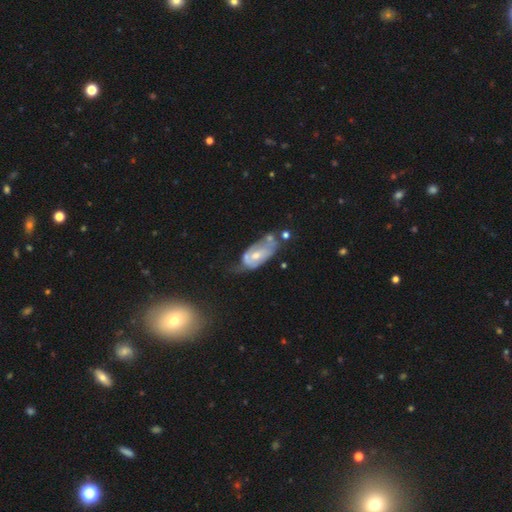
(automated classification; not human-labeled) Overall: featured or disk (60%; smooth 33%). Edge-on disk: no (92%). Bar: no (70%). Spiral arms: yes (51%; no 49%). Bulge size: moderate (54%; small 39%). Merging: minor disturbance (30%; major disturbance 28%).